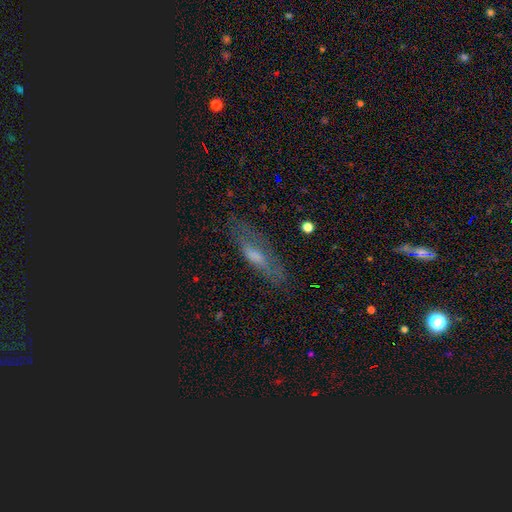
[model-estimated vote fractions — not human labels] A smooth galaxy with no disk features (46%).

Vote fractions:
- Smooth or featured? smooth: 46% / featured or disk: 44% / star or artifact: 10%
- Merging? none: 72% / minor disturbance: 19% / major disturbance: 8% / merger: 2%